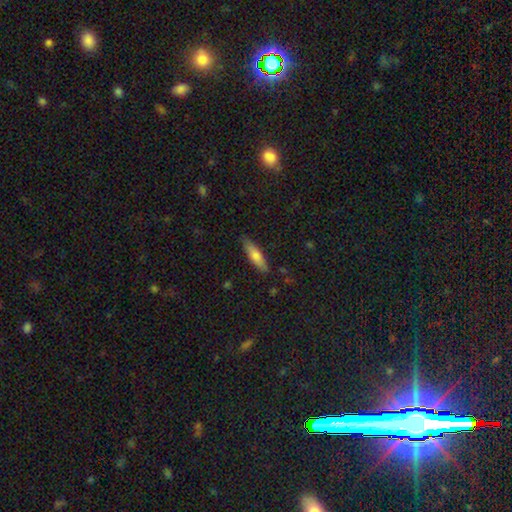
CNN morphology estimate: type=smooth (67%); roundness=cigar-shaped (65%); merging=none (86%).